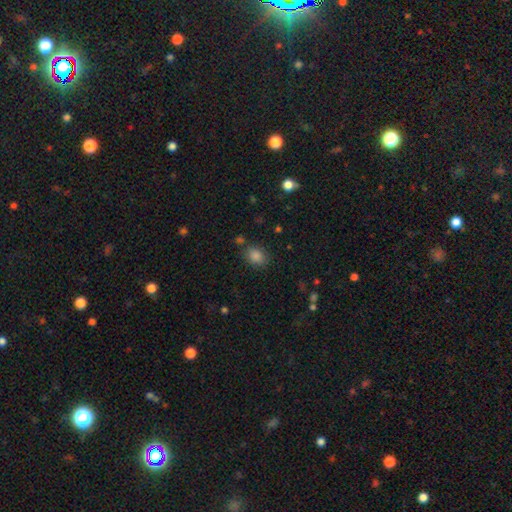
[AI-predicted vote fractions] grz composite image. It shows a smooth galaxy with no disk features (82%) that is in between round and cigar-shaped (59%). Merging: none (80%).